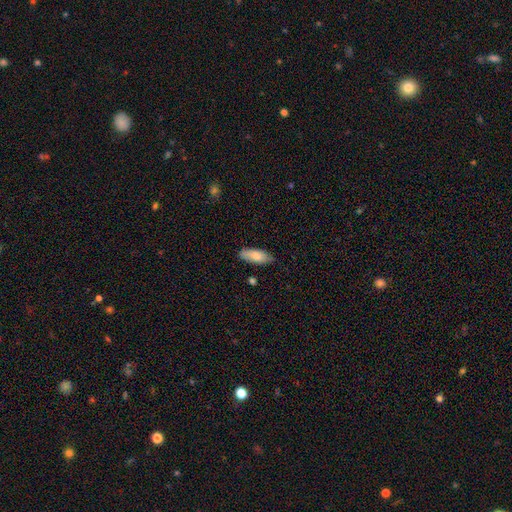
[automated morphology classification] A smooth galaxy with no disk features (82%) that is in between round and cigar-shaped (76%).

Vote fractions:
- Smooth or featured? smooth: 82% / featured or disk: 12% / star or artifact: 6%
- How rounded? in between: 76% / cigar-shaped: 22% / round: 2%
- Merging? none: 78% / minor disturbance: 18% / major disturbance: 3% / merger: 2%